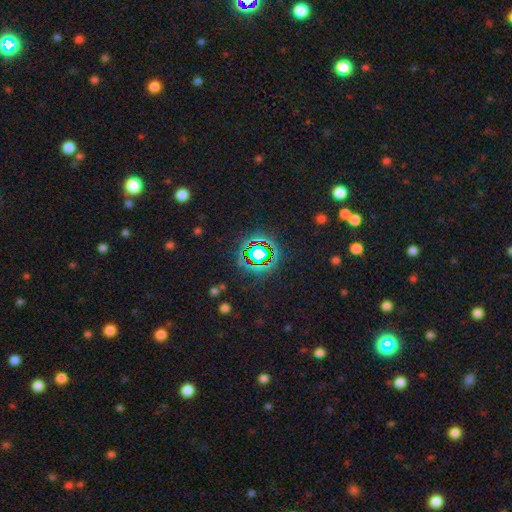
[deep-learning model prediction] smooth-or-featured: star or artifact: 76% | smooth: 15% | featured or disk: 9%